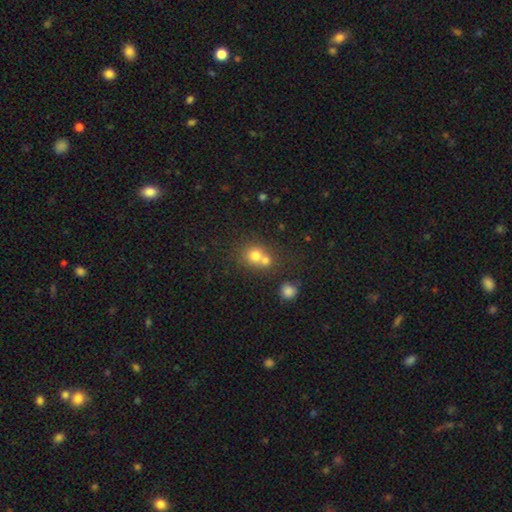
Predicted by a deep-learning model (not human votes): A smooth galaxy with no disk features (74%) that is round (82%). Merging: merger (51%).